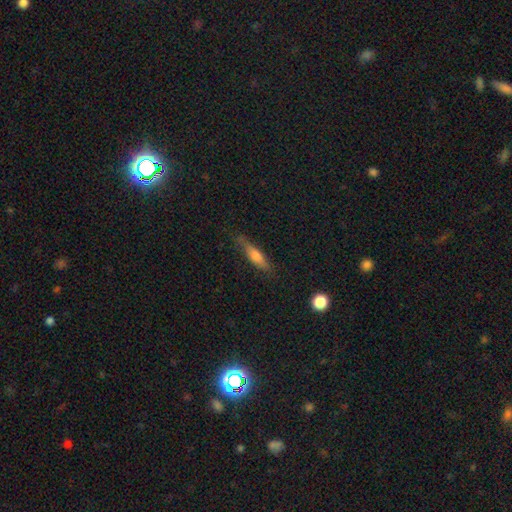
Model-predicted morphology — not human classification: smooth-or-featured: smooth: 62% | featured or disk: 30% | star or artifact: 7%
  how-rounded: cigar-shaped: 70% | in between: 27% | round: 2%
  merging: none: 72% | minor disturbance: 21% | major disturbance: 5% | merger: 2%